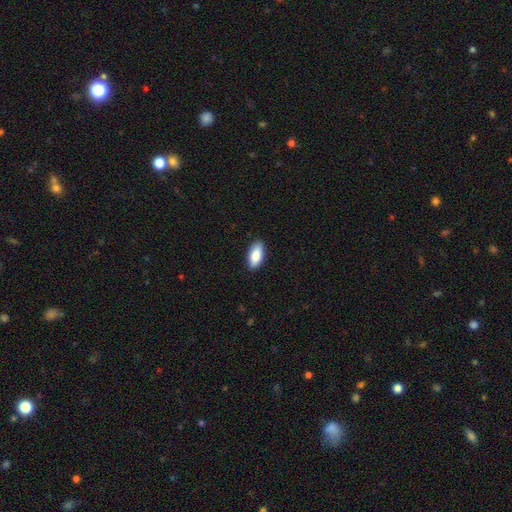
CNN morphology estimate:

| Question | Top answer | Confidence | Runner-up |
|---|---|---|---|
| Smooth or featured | smooth | 87% | featured or disk (7%) |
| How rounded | in between | 90% | cigar-shaped (8%) |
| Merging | none | 89% | minor disturbance (8%) |